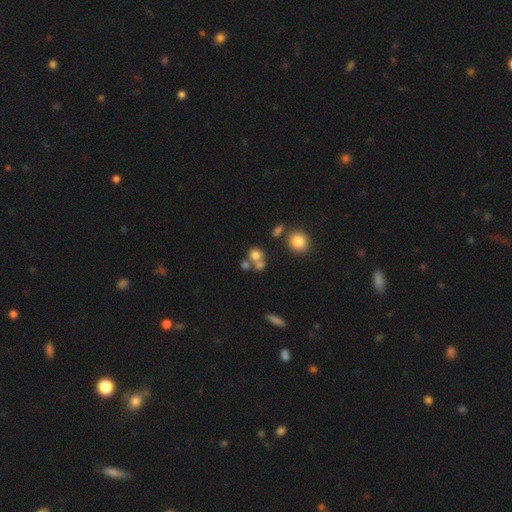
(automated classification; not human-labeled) This is likely a smooth galaxy (71%). How rounded: likely round (79%). Merging: marginally none (44%).